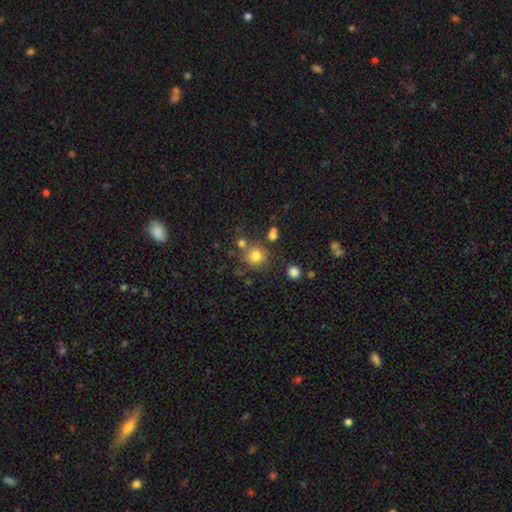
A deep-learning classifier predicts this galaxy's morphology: This appears to be a smooth galaxy with no disk features (79%) that is round (88%). Merging: none (70%).